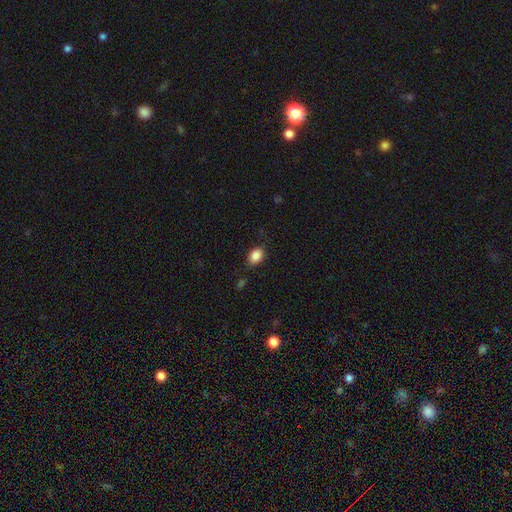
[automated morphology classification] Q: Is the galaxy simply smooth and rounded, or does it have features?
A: smooth — 86%.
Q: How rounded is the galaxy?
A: in between — 75%.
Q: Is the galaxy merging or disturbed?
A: none — 82%.